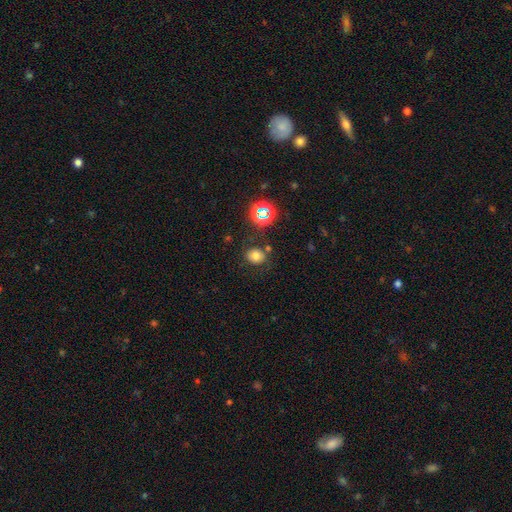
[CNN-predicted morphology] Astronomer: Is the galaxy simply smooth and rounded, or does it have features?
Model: smooth — 69%.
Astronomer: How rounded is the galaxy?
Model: round — 69%.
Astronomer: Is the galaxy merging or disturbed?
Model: none — 74%.